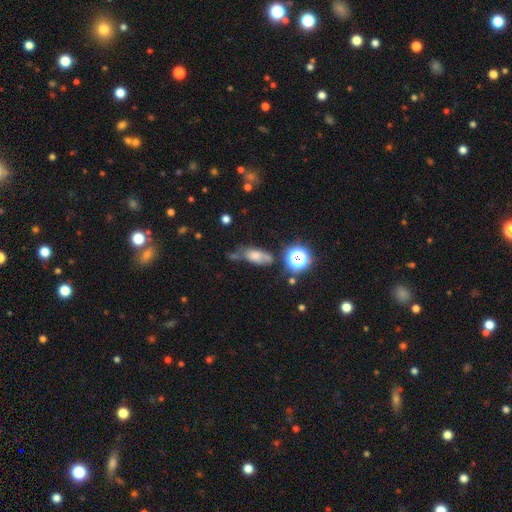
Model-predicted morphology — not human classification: smooth-or-featured: smooth: 49% | star or artifact: 27% | featured or disk: 24%
  merging: none: 48% | minor disturbance: 28% | major disturbance: 14% | merger: 10%